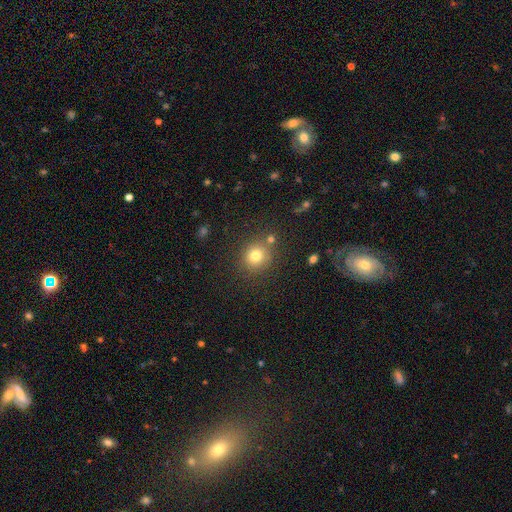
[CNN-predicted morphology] Smooth or featured? smooth (77%)
How rounded? round (85%)
Merging? none (79%)